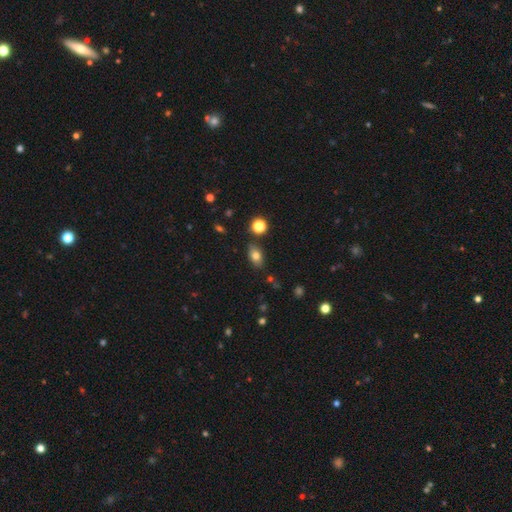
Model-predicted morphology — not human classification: Overall: smooth (76%). How rounded: in between (82%). Merging: none (80%).